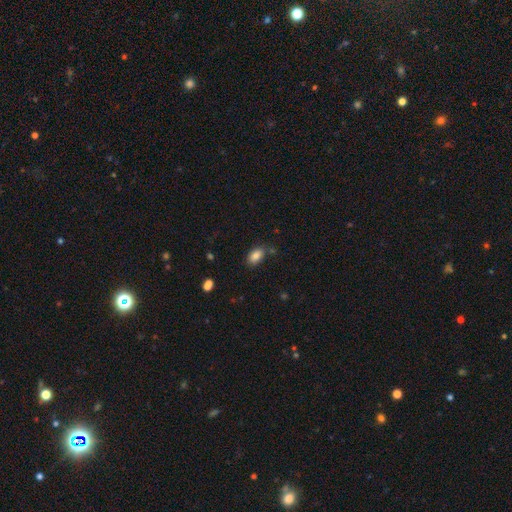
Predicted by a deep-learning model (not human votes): A smooth galaxy with no disk features (85%) that is in between round and cigar-shaped (90%). Merging: none (77%).